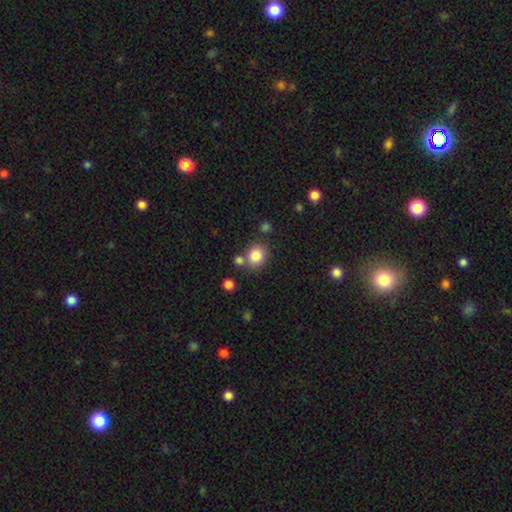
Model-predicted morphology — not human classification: Overall: smooth (83%). How rounded: round (76%). Merging: none (68%).